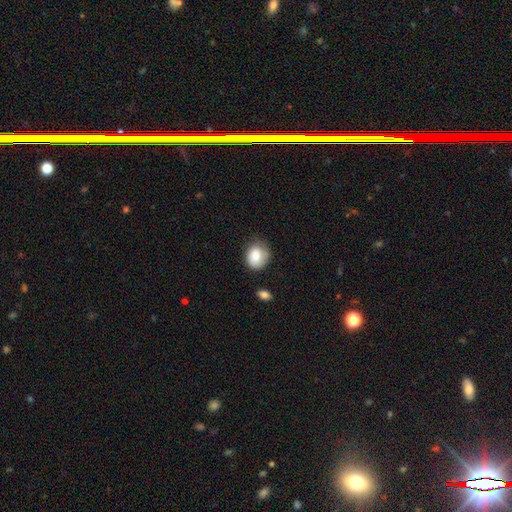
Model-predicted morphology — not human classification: Q: Smooth or featured?
A: smooth (82%); runner-up: featured or disk (11%)
Q: How rounded?
A: round (54%); runner-up: in between (45%)
Q: Merging?
A: none (56%); runner-up: minor disturbance (31%)